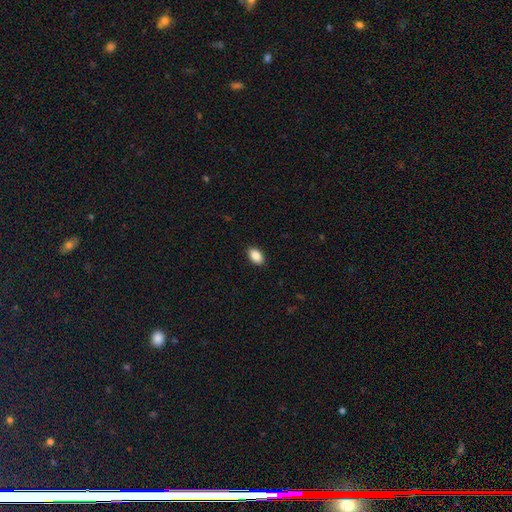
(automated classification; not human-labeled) smooth-or-featured: smooth: 88% | star or artifact: 7% | featured or disk: 5%
  how-rounded: in between: 92% | round: 6% | cigar-shaped: 2%
  merging: none: 90% | minor disturbance: 7% | major disturbance: 2% | merger: 1%